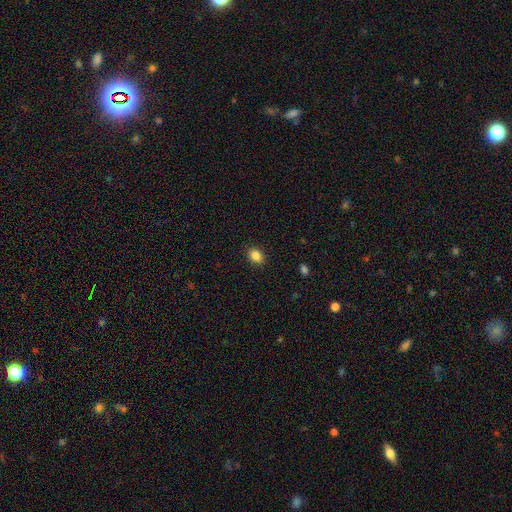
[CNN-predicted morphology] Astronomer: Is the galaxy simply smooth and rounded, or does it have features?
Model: smooth — 86%.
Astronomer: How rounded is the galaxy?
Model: in between — 62% (runner-up: round, 37%).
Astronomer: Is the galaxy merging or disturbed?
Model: none — 90%.